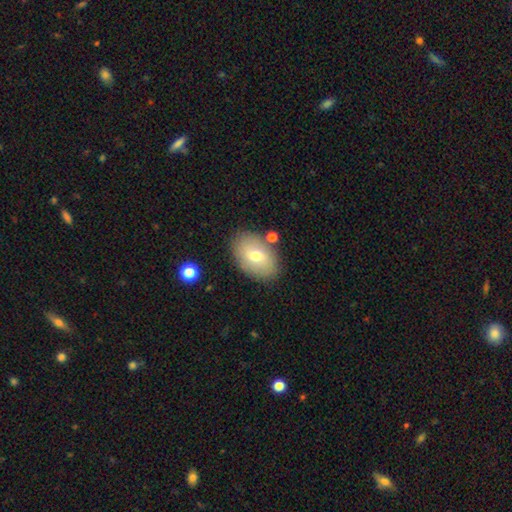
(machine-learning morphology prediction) Smooth or featured?
  - smooth: 69% *
  - featured or disk: 23%
  - star or artifact: 8%
How rounded?
  - in between: 86% *
  - round: 13%
  - cigar-shaped: 1%
Merging?
  - none: 82% *
  - minor disturbance: 11%
  - merger: 4%
  - major disturbance: 3%